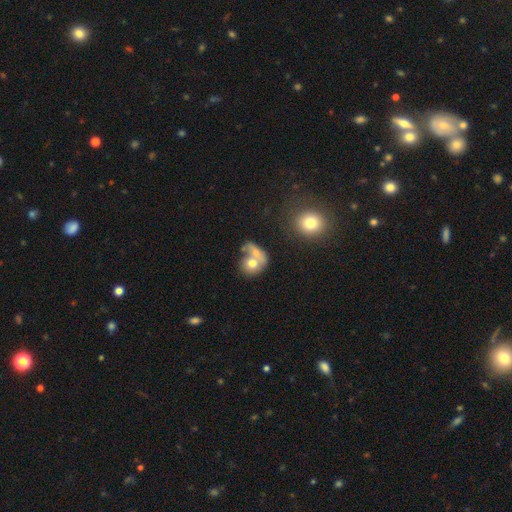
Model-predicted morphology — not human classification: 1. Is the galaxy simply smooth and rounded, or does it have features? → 65% smooth, 26% featured or disk, 9% star or artifact.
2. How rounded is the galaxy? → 64% round, 34% in between, 2% cigar-shaped.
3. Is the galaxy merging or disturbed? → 59% merger, 23% none, 9% major disturbance, 9% minor disturbance.